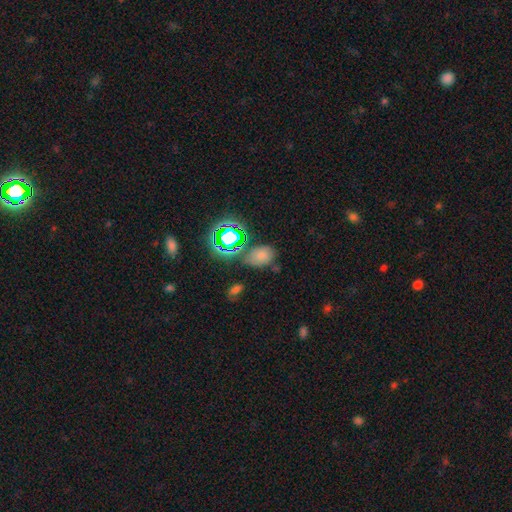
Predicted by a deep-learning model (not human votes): A smooth galaxy with no disk features (57%) that is in between round and cigar-shaped (72%). Merging: none (65%).